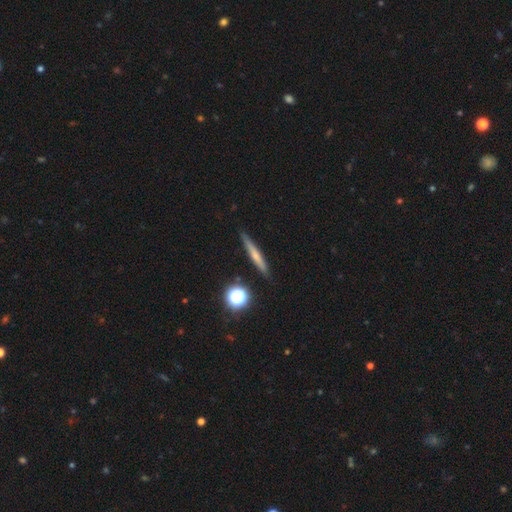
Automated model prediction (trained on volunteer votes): This appears to be a smooth galaxy with no disk features (54%) that is cigar-shaped (91%). Merging: none (88%).